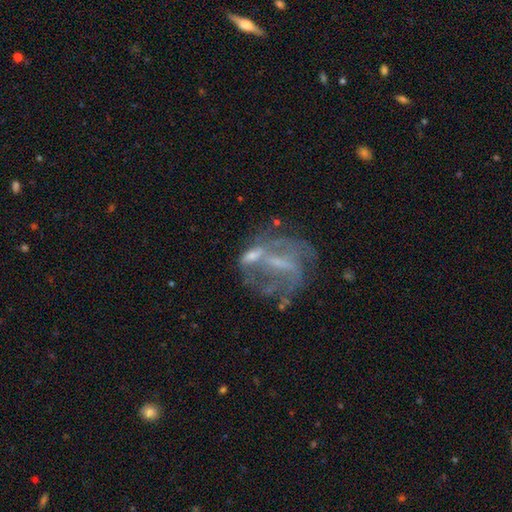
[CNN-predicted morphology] smooth-or-featured: featured or disk: 69% | smooth: 19% | star or artifact: 12%
  disk-edge-on: no: 96% | yes: 4%
    bar: weak: 37% | strong: 34% | no: 29%
    has-spiral-arms: yes: 52% | no: 48%
    bulge-size: none: 39% | small: 36% | moderate: 20% | large: 3% | dominant: 1%
  merging: none: 37% | major disturbance: 27% | merger: 20% | minor disturbance: 16%